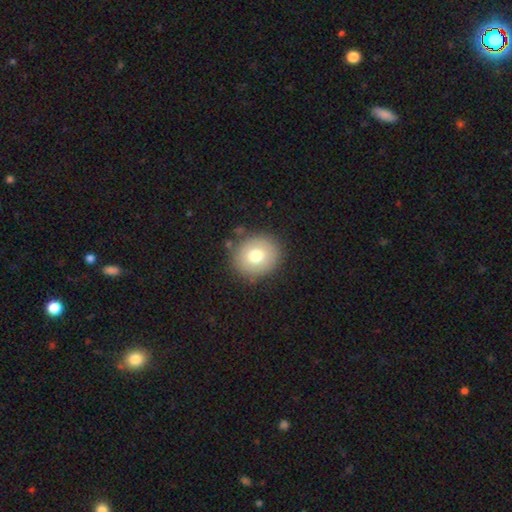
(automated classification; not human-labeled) Overall: smooth (74%). How rounded: round (78%). Merging: none (84%).